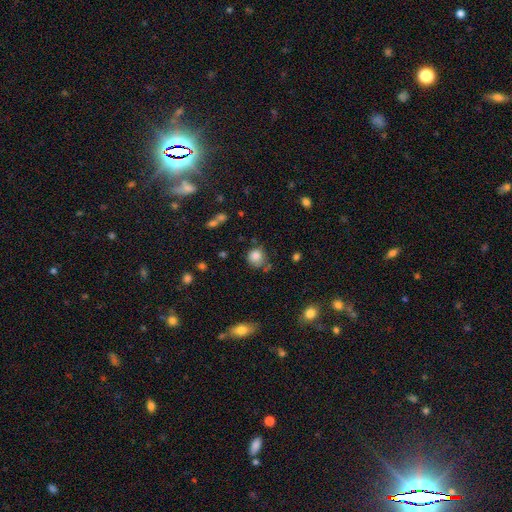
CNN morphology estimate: The model was most divided on "merging": none: 66%, minor disturbance: 20%, merger: 8%, major disturbance: 6%. More confident: how rounded — round (85%); smooth or featured — smooth (84%).